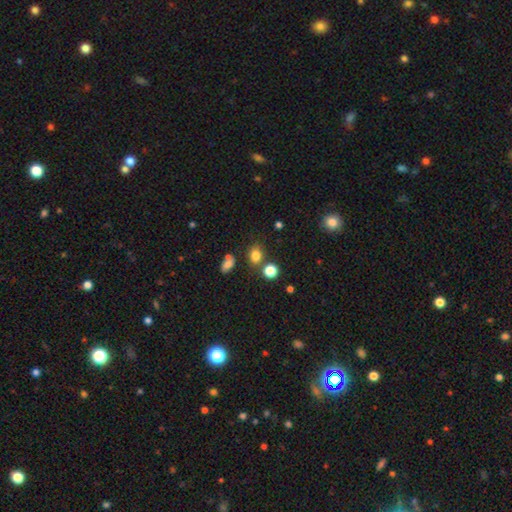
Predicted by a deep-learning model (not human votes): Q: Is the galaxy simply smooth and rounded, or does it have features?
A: smooth — 78%.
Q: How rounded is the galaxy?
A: round — 62%.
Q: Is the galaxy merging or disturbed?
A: none — 71%.